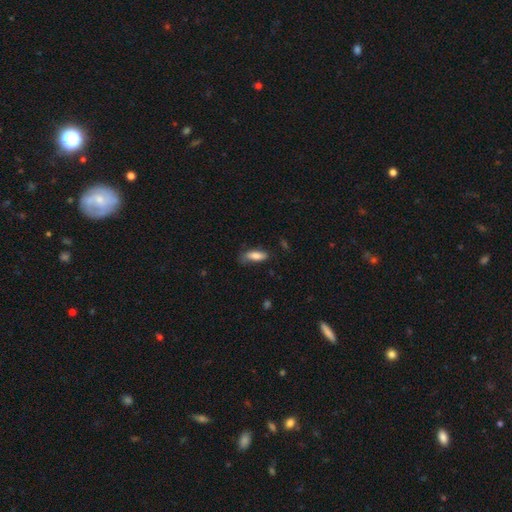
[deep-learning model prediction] A smooth galaxy with no disk features (82%) that is in between round and cigar-shaped (67%). Merging: none (59%).